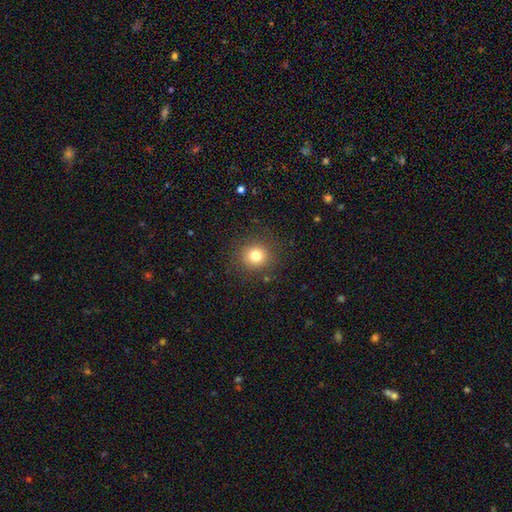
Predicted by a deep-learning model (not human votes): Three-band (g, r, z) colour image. It shows a smooth galaxy with no disk features (79%) that is round (90%). Merging: none (88%).